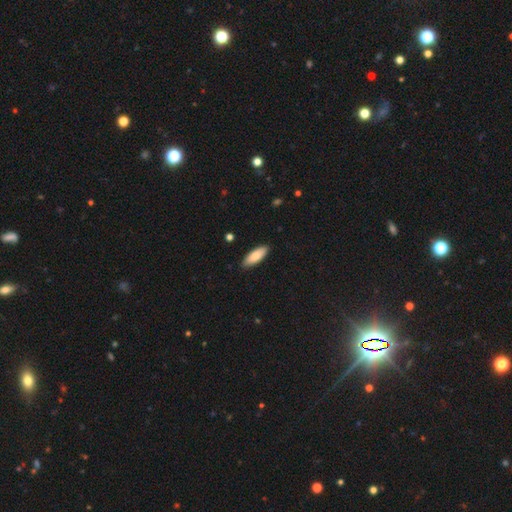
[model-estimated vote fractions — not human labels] Overall: smooth (83%). How rounded: in between (66%; cigar-shaped 33%). Merging: none (89%).